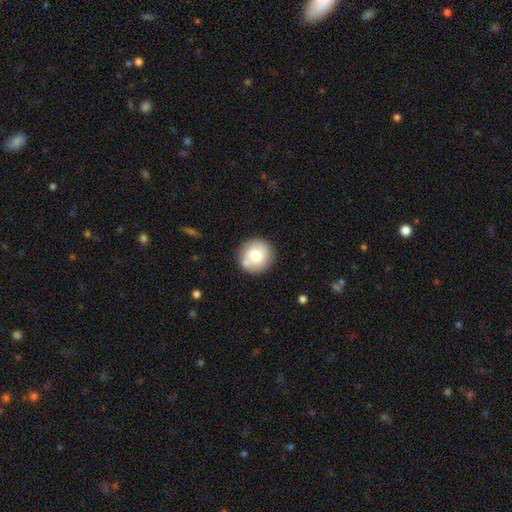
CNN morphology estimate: A smooth galaxy with no disk features (72%) that is round (93%). Merging: none (77%).